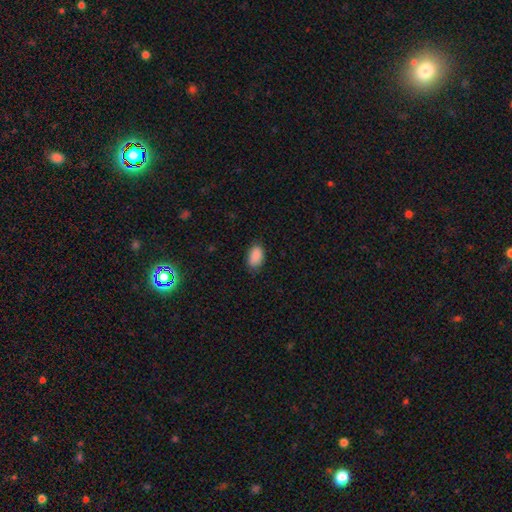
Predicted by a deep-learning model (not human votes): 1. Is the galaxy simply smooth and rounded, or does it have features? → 90% smooth, 8% star or artifact, 3% featured or disk.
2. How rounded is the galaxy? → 92% in between, 7% round, 1% cigar-shaped.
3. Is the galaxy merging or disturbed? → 80% none, 16% minor disturbance, 3% major disturbance, 1% merger.